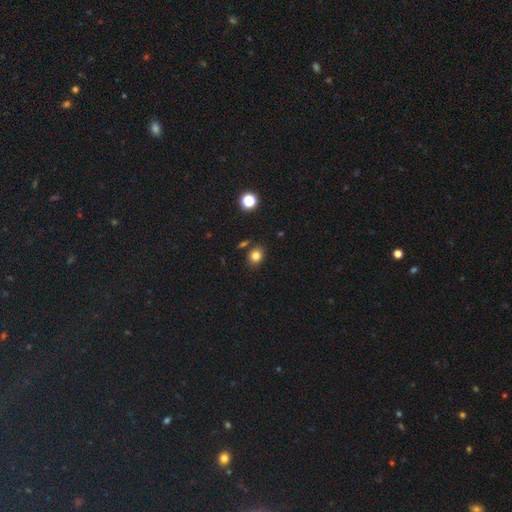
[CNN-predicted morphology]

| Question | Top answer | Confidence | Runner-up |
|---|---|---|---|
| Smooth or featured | smooth | 81% | star or artifact (13%) |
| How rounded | round | 54% | in between (45%) |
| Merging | none | 80% | minor disturbance (11%) |